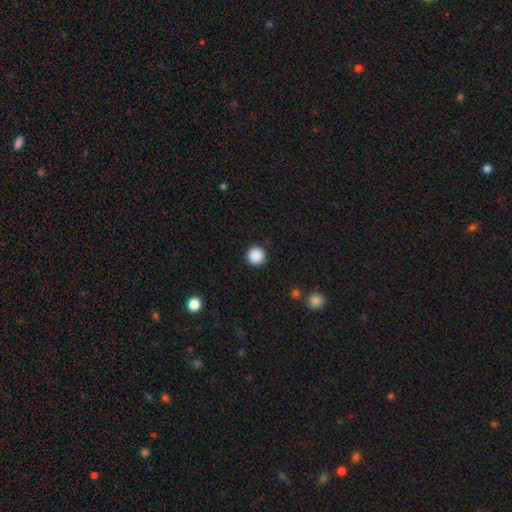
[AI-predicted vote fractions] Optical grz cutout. It shows a smooth galaxy with no disk features (89%) that is round (96%). Merging: none (92%).